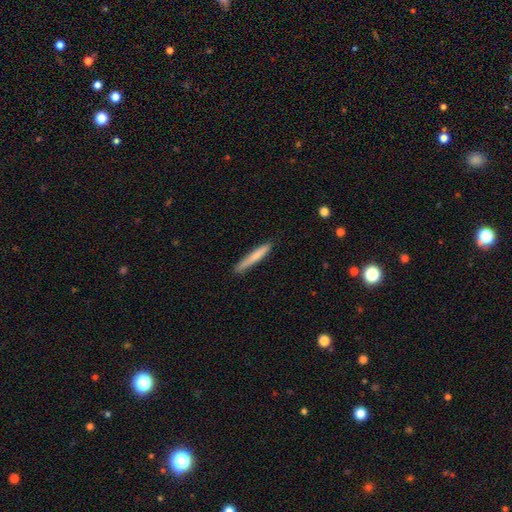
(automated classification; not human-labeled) Smooth or featured?
  - smooth: 75% *
  - featured or disk: 19%
  - star or artifact: 6%
How rounded?
  - cigar-shaped: 95% *
  - in between: 4%
  - round: 1%
Merging?
  - none: 86% *
  - minor disturbance: 11%
  - major disturbance: 2%
  - merger: 1%